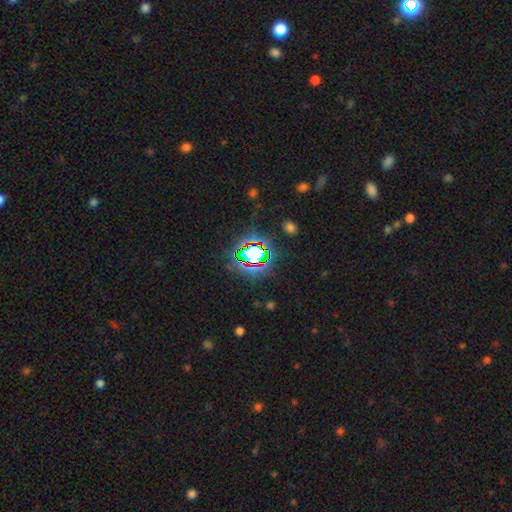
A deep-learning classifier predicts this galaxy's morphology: smooth-or-featured: star or artifact: 74% | smooth: 17% | featured or disk: 9%